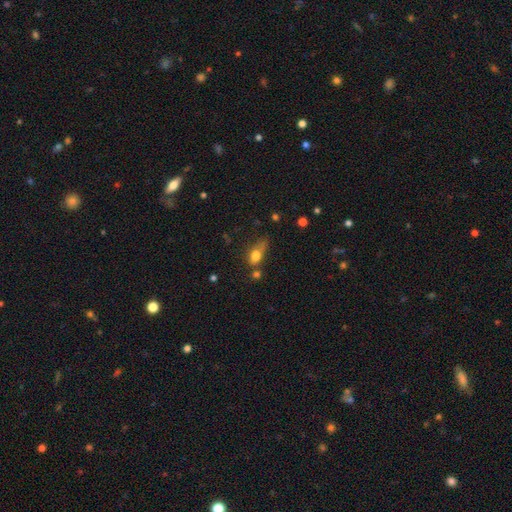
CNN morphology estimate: A smooth galaxy with no disk features (74%) that is in between round and cigar-shaped (72%). Merging: minor disturbance (30%, tied with none).